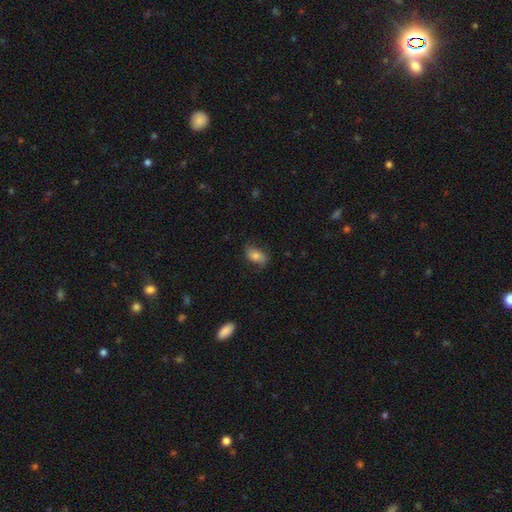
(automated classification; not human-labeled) Smooth or featured? Predicted: smooth (p=0.66). How rounded? Predicted: in between (p=0.89). Merging? Predicted: none (p=0.69).